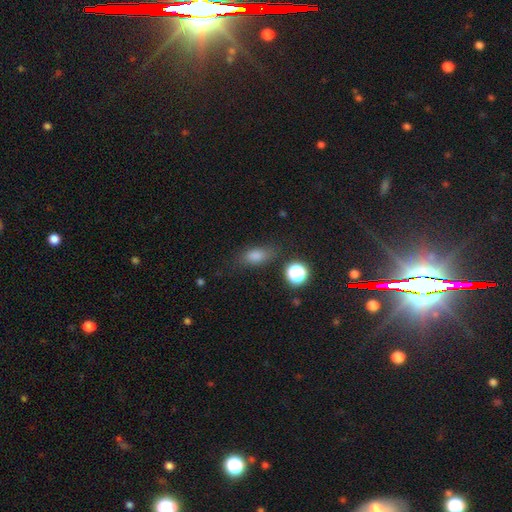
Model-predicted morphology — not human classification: A smooth galaxy with no disk features (75%) that is in between round and cigar-shaped (72%). Merging: none (74%).